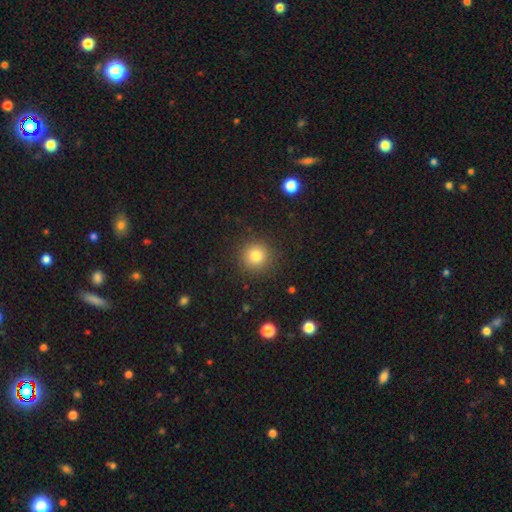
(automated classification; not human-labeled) smooth 81%, star or artifact 12%, featured or disk 7%. Down the decision tree: how rounded — round (94%); merging — none (89%).